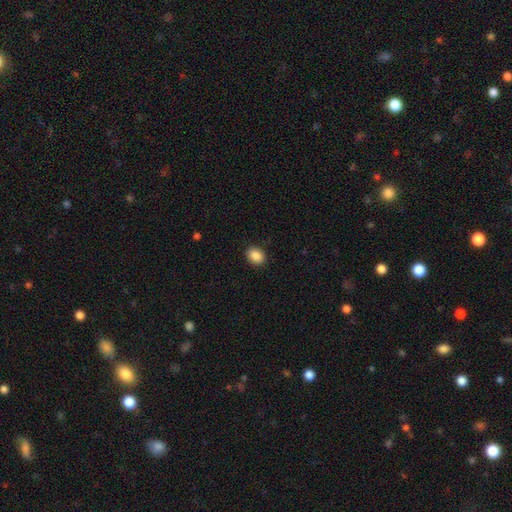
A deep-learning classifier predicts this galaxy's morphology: smooth 88%, star or artifact 8%, featured or disk 3%. Down the decision tree: how rounded — in between (64%); merging — none (89%).